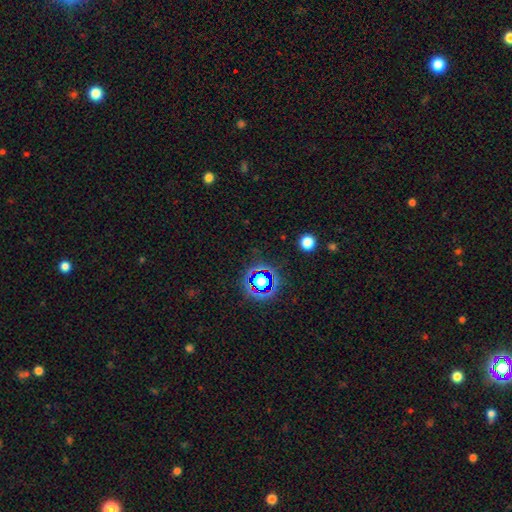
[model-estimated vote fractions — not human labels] Smooth or featured? Predicted: star or artifact (p=0.75).